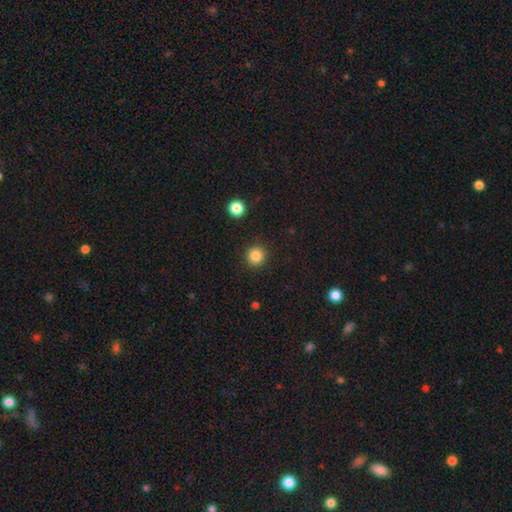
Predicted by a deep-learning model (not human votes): Smooth or featured? smooth (85%)
How rounded? round (94%)
Merging? none (91%)